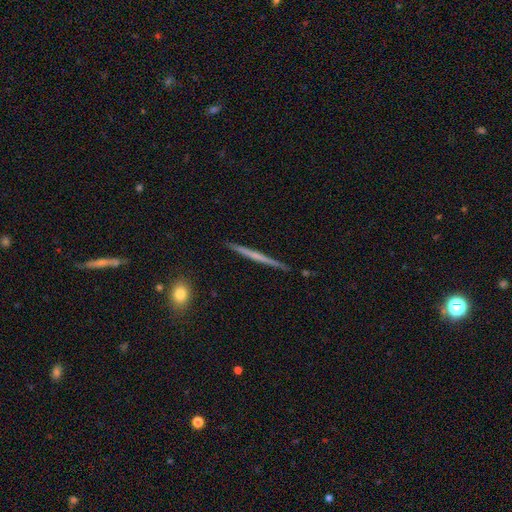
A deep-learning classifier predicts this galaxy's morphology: featured or disk 57%, smooth 37%, star or artifact 6%. Down the decision tree: edge-on disk — yes (98%); edge-on bulge — none (84%); merging — none (91%).